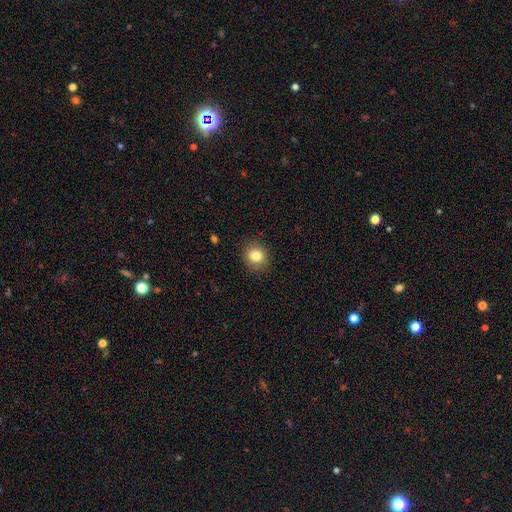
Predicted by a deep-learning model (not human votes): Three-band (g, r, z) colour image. It shows a smooth galaxy with no disk features (82%) that is round (77%). Merging: none (87%).